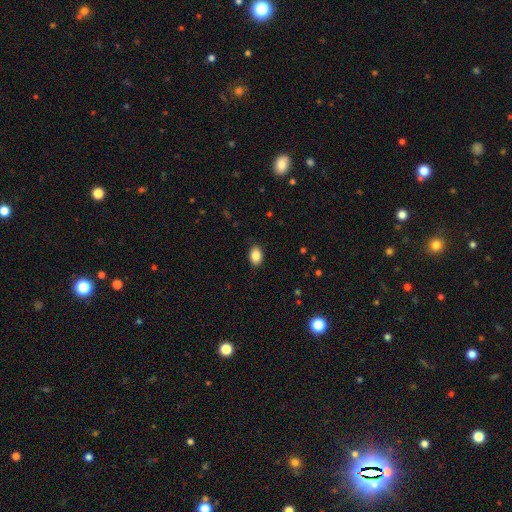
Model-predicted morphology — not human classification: A smooth galaxy with no disk features (86%) that is in between round and cigar-shaped (83%).

Vote fractions:
- Smooth or featured? smooth: 86% / star or artifact: 8% / featured or disk: 5%
- How rounded? in between: 83% / round: 16% / cigar-shaped: 1%
- Merging? none: 88% / minor disturbance: 9% / major disturbance: 2% / merger: 1%